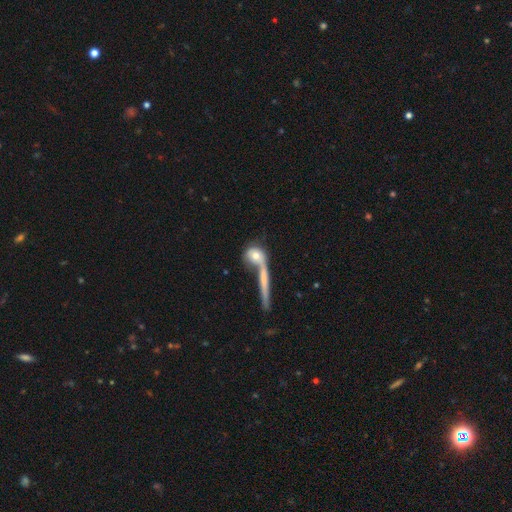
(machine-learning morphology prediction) Smooth or featured? smooth (60%)
How rounded? round (57%)
Merging? merger (41%)